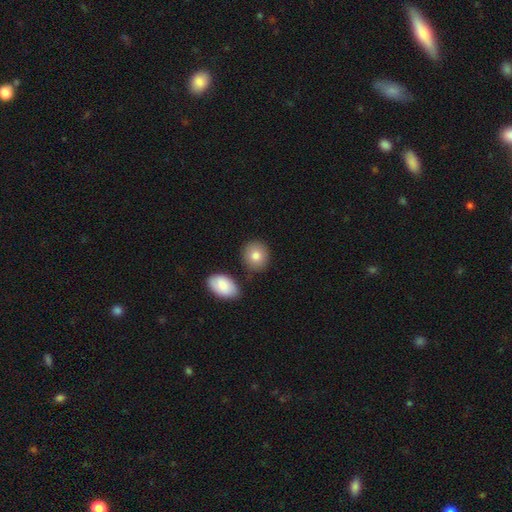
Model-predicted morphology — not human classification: This appears to be a smooth galaxy with no disk features (82%) that is round (74%). Merging: none (79%).